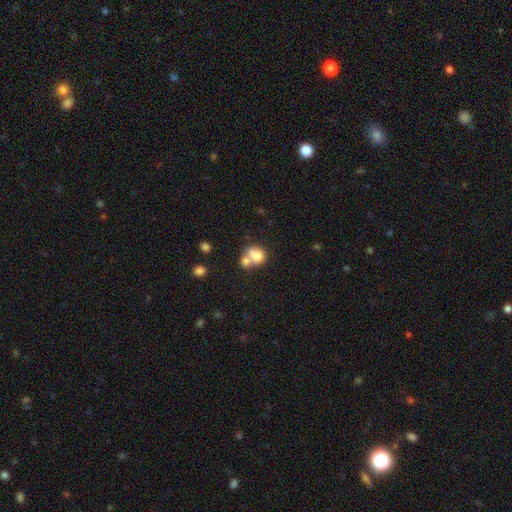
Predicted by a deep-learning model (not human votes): Smooth or featured? Predicted: smooth (p=0.75). How rounded? Predicted: round (p=0.56). Merging? Predicted: merger (p=0.59).